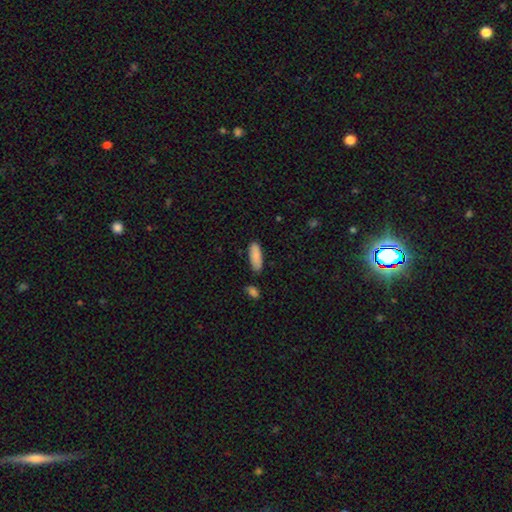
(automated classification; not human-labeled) Smooth or featured? smooth (86%)
How rounded? in between (67%)
Merging? none (80%)